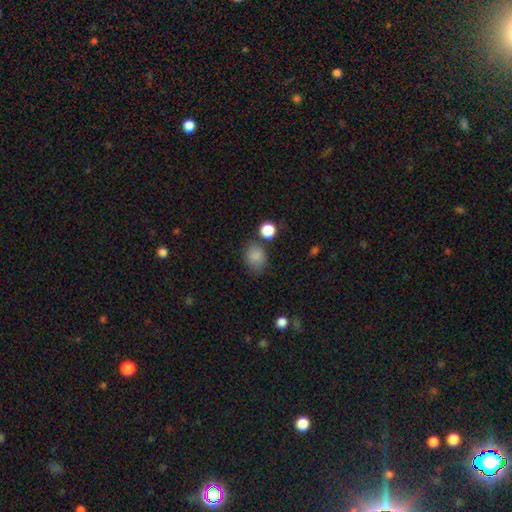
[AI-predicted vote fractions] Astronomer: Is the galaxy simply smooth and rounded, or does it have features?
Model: smooth — 85%.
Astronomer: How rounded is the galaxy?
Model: in between — 55% (runner-up: round, 44%).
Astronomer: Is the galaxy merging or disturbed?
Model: none — 67%.